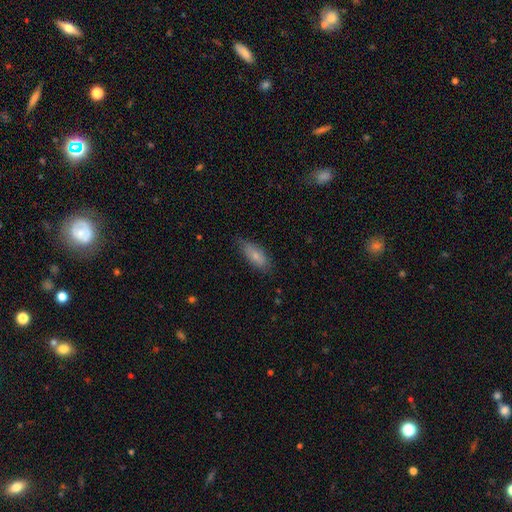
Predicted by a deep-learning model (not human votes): smooth 74%, featured or disk 20%, star or artifact 6%. Down the decision tree: how rounded — in between (73%); merging — none (71%).